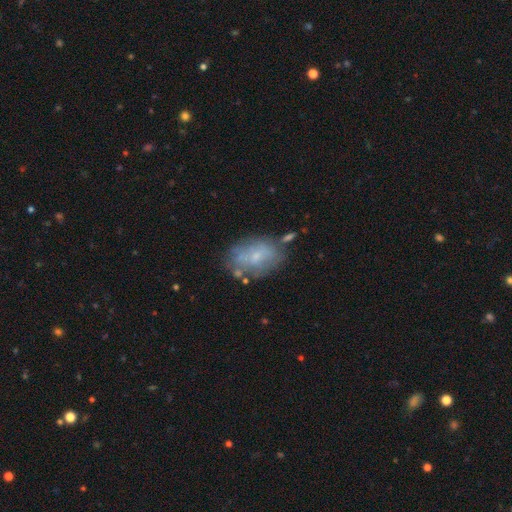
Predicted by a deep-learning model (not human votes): smooth_or_featured: smooth (p=0.50) [alt: featured or disk p=0.41]
merging: none (p=0.58) [alt: minor disturbance p=0.24]